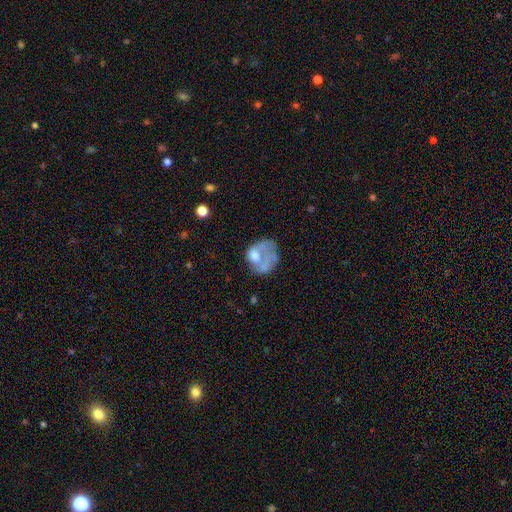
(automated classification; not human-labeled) featured or disk 47%, smooth 42%, star or artifact 11%. Down the decision tree: merging — major disturbance (35%).